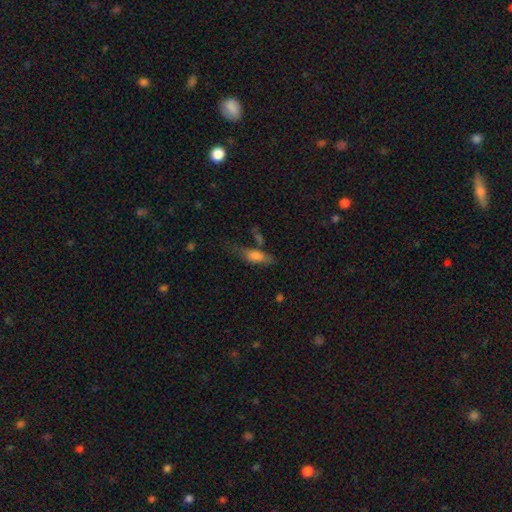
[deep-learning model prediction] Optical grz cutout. It shows a smooth galaxy with no disk features (72%) that is in between round and cigar-shaped (67%). Merging: none (46%).